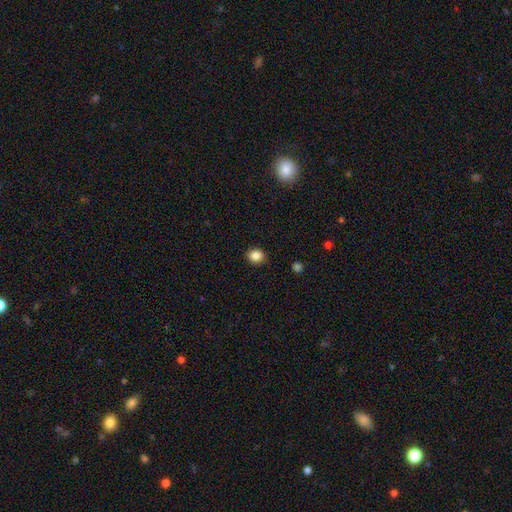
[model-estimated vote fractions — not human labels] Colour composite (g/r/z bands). It shows a smooth galaxy with no disk features (86%) that is round (69%). Merging: none (90%).